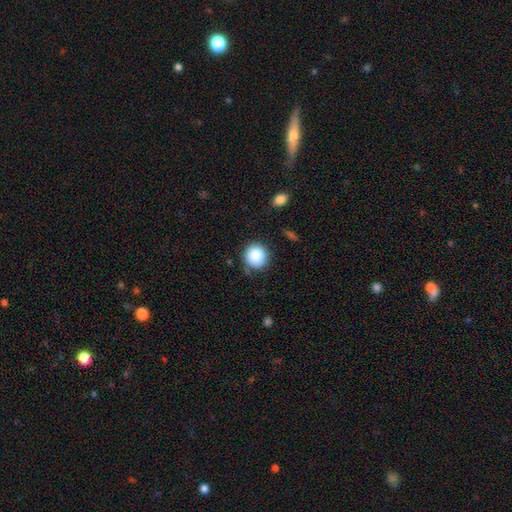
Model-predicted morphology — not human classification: Q: Smooth or featured?
A: smooth (88%); runner-up: star or artifact (9%)
Q: How rounded?
A: round (91%); runner-up: in between (8%)
Q: Merging?
A: none (82%); runner-up: minor disturbance (12%)